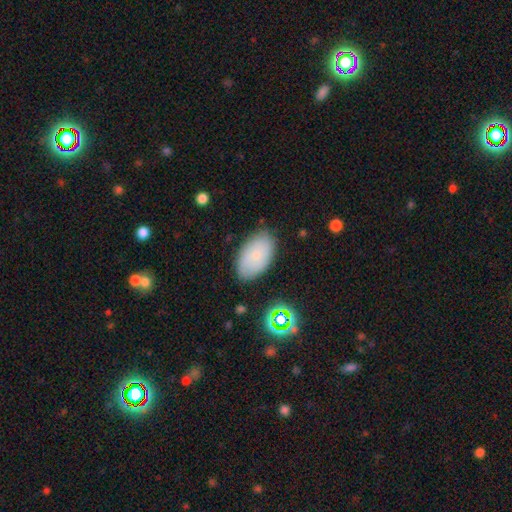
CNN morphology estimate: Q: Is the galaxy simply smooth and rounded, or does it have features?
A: smooth — 72%.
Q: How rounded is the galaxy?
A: in between — 93%.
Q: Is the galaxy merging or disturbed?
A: none — 80%.